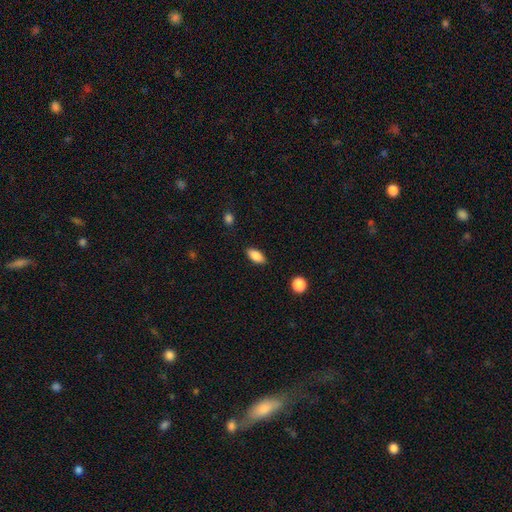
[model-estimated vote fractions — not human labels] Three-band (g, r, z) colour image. It shows a smooth galaxy with no disk features (85%) that is in between round and cigar-shaped (88%). Merging: none (87%).